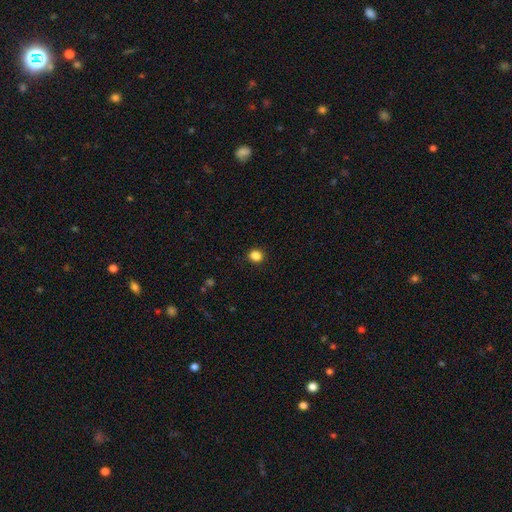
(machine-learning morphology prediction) Q: Smooth or featured?
A: smooth (86%); runner-up: star or artifact (11%)
Q: How rounded?
A: round (73%); runner-up: in between (26%)
Q: Merging?
A: none (90%); runner-up: minor disturbance (7%)